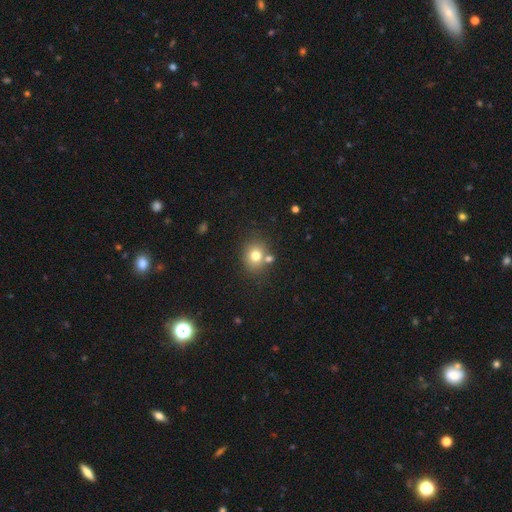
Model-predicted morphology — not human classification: This appears to be a smooth galaxy with no disk features (76%) that is round (67%). Merging: none (69%).